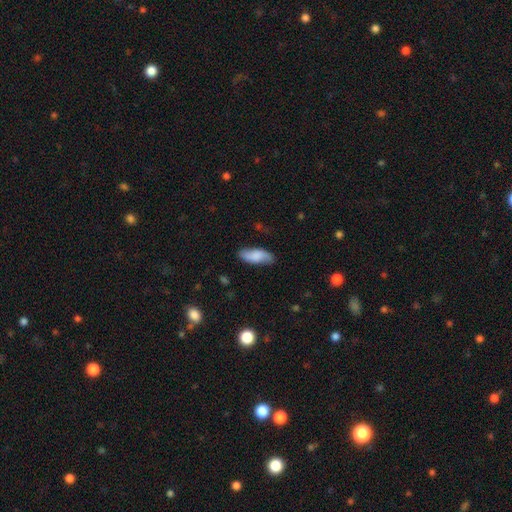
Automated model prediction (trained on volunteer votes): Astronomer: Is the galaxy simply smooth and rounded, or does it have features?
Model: smooth — 75%.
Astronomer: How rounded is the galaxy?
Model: in between — 74%.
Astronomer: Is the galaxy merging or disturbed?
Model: none — 80%.